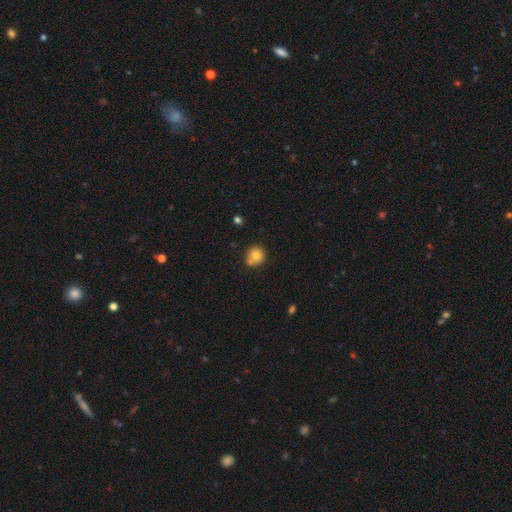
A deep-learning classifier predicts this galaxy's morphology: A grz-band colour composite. It shows a smooth galaxy with no disk features (79%) that is round (83%). Merging: none (57%).